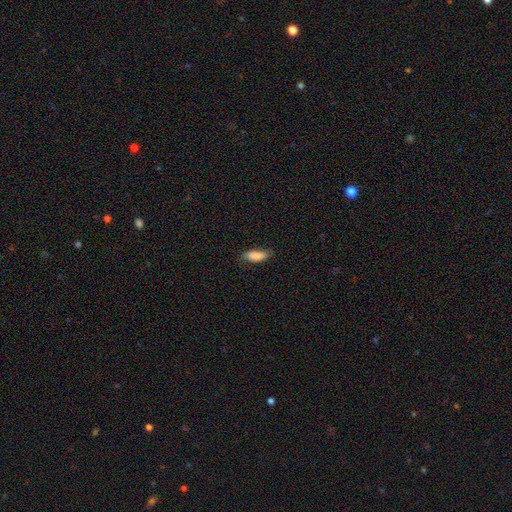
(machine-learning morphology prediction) Smooth or featured: smooth — 84% (featured or disk — 9%)
How rounded: in between — 73% (cigar-shaped — 25%)
Merging: none — 75% (minor disturbance — 20%)